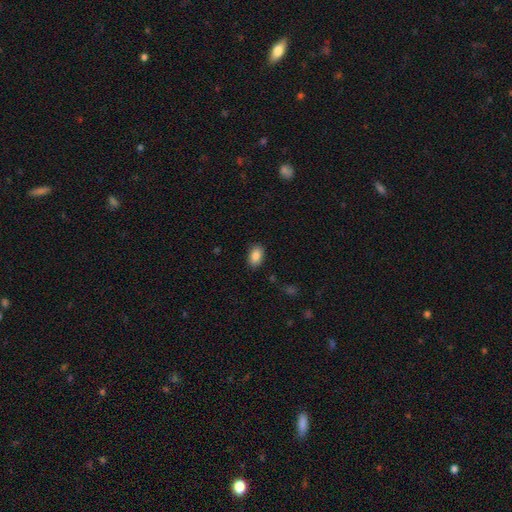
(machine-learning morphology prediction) A smooth galaxy with no disk features (87%) that is in between round and cigar-shaped (90%).

Vote fractions:
- Smooth or featured? smooth: 87% / star or artifact: 8% / featured or disk: 5%
- How rounded? in between: 90% / round: 9% / cigar-shaped: 2%
- Merging? none: 88% / minor disturbance: 9% / major disturbance: 2% / merger: 1%